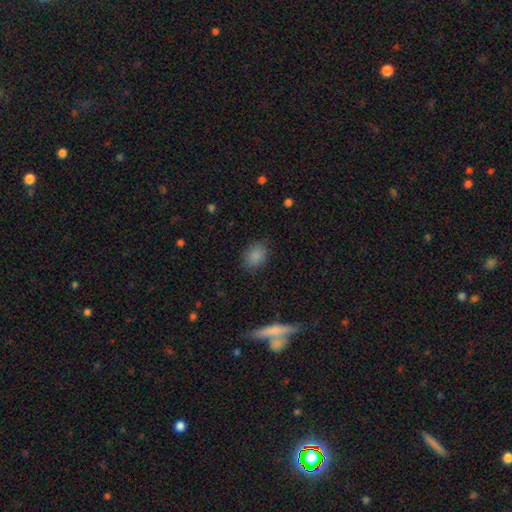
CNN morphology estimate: This is clearly a smooth galaxy (86%). How rounded: likely in between (61%). Merging: clearly none (84%).